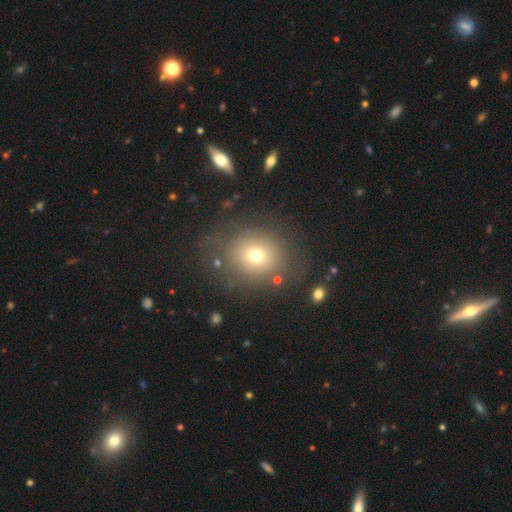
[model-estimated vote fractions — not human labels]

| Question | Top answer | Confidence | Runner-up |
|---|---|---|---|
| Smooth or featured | smooth | 69% | star or artifact (16%) |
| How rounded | round | 79% | in between (20%) |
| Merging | none | 76% | minor disturbance (13%) |